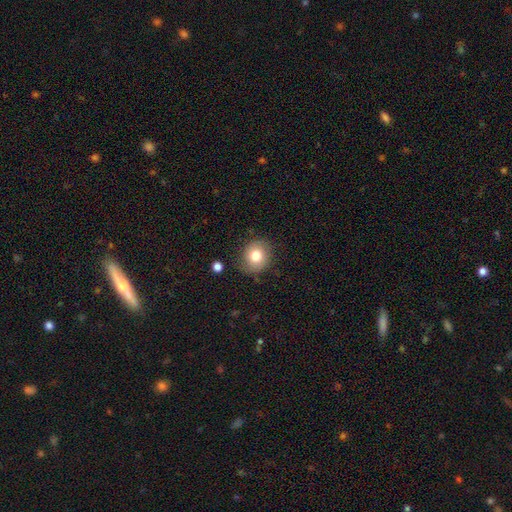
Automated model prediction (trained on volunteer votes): smooth_or_featured: smooth (p=0.77) [alt: featured or disk p=0.13]
how_rounded: round (p=0.77) [alt: in between p=0.22]
merging: none (p=0.80) [alt: minor disturbance p=0.15]